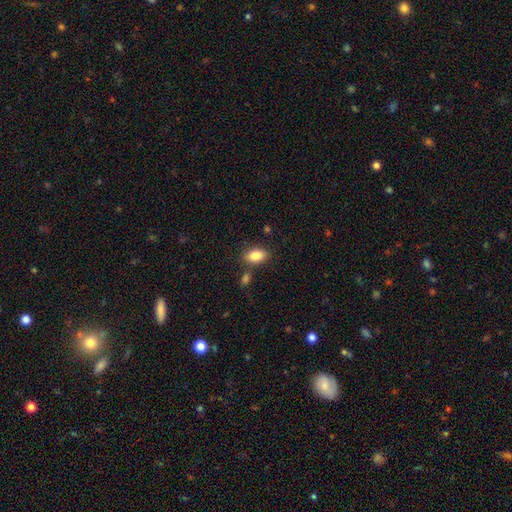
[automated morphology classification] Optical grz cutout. It shows a smooth galaxy with no disk features (84%) that is in between round and cigar-shaped (90%). Merging: none (79%).